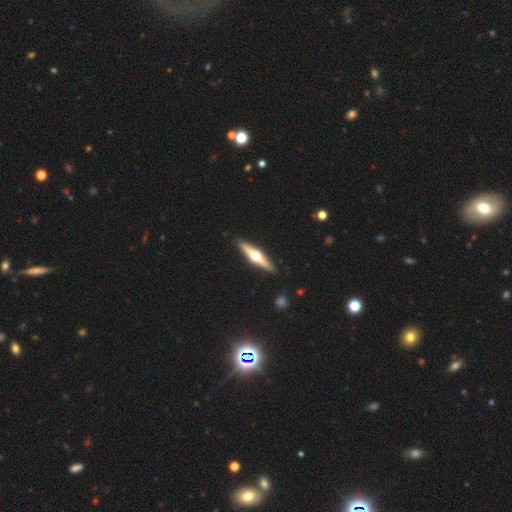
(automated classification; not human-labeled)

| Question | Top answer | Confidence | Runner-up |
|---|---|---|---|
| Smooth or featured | featured or disk | 73% | smooth (22%) |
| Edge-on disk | yes | 97% | no (3%) |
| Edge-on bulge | rounded | 96% | boxy (2%) |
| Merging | none | 91% | minor disturbance (7%) |